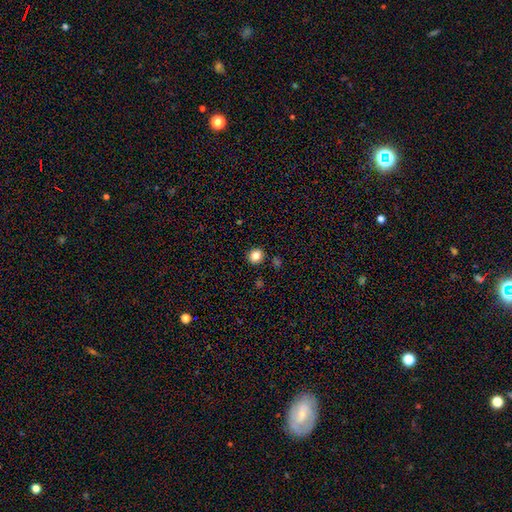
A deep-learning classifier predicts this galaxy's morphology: Smooth or featured? Predicted: smooth (p=0.84). How rounded? Predicted: round (p=0.88). Merging? Predicted: none (p=0.90).